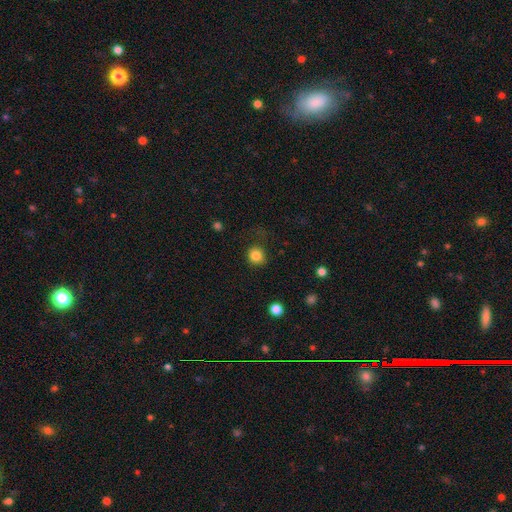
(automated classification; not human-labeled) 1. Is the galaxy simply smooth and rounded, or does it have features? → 84% smooth, 11% star or artifact, 5% featured or disk.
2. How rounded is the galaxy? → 88% round, 11% in between, 1% cigar-shaped.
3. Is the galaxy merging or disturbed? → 79% none, 14% minor disturbance, 6% major disturbance, 1% merger.